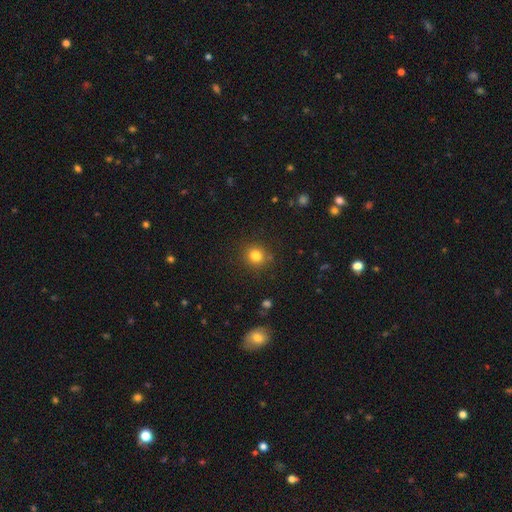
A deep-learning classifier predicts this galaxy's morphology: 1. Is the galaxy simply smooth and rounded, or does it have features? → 82% smooth, 13% star or artifact, 6% featured or disk.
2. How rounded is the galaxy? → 86% round, 13% in between, 1% cigar-shaped.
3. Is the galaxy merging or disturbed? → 86% none, 9% minor disturbance, 3% major disturbance, 3% merger.